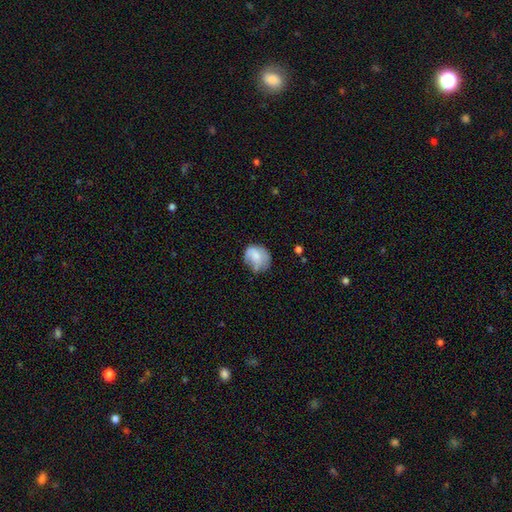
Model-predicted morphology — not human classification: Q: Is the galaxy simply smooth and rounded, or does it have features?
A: smooth — 66%.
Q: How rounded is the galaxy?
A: round — 59%.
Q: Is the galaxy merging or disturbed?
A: none — 47%.